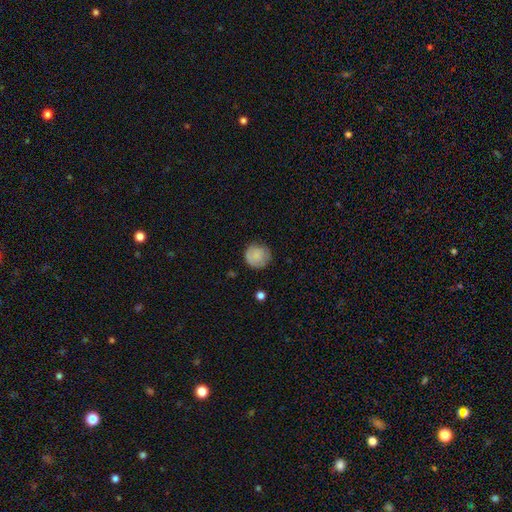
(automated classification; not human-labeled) A smooth galaxy with no disk features (79%) that is round (92%). Merging: none (76%).